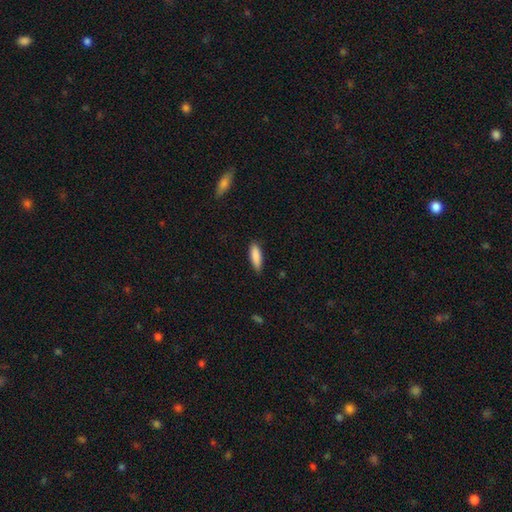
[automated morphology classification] The model was most divided on "how rounded": in between: 53%, cigar-shaped: 46%, round: 2%. More confident: smooth or featured — smooth (88%); merging — none (84%).